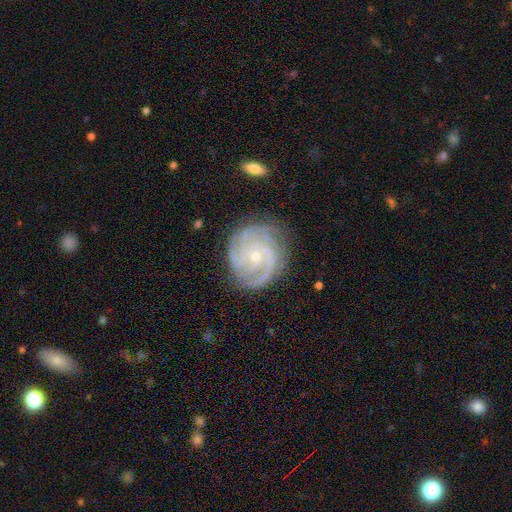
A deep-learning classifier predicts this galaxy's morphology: featured or disk 90%, star or artifact 5%, smooth 5%. Down the decision tree: edge-on disk — no (98%); bar — no (75%); spiral arms — yes (98%); spiral arm count — 3 (40%); spiral winding — tight (73%); bulge size — small (79%); merging — none (78%).